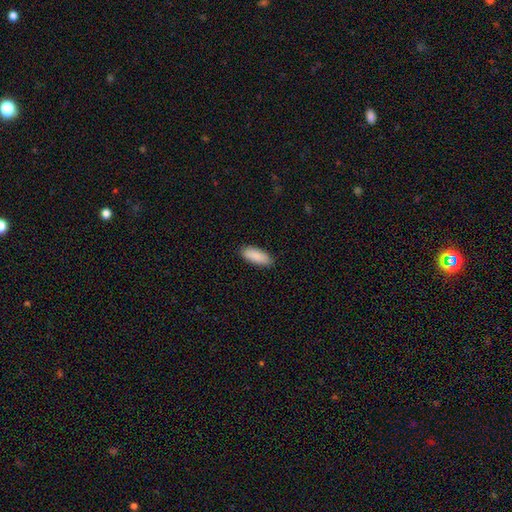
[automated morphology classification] Q: Smooth or featured?
A: smooth (90%); runner-up: star or artifact (5%)
Q: How rounded?
A: in between (75%); runner-up: cigar-shaped (23%)
Q: Merging?
A: none (88%); runner-up: minor disturbance (9%)